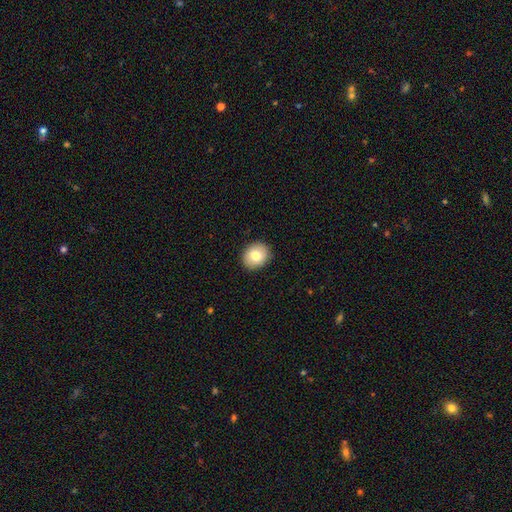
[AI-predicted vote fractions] This is likely a smooth galaxy (79%). How rounded: likely round (63%). Merging: clearly none (90%).